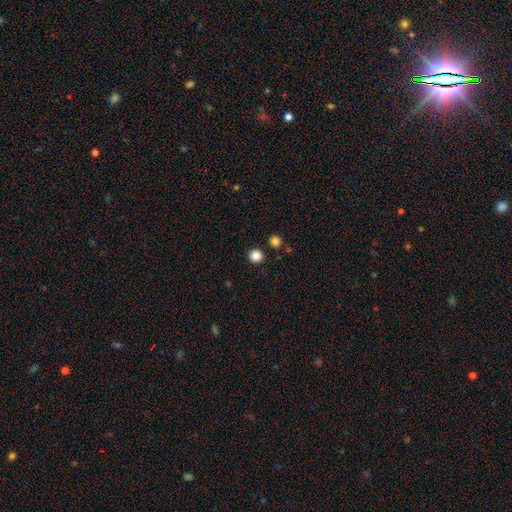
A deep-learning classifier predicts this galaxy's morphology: smooth_or_featured: smooth (p=0.85) [alt: star or artifact p=0.12]
how_rounded: round (p=0.95) [alt: in between p=0.04]
merging: none (p=0.91) [alt: minor disturbance p=0.04]